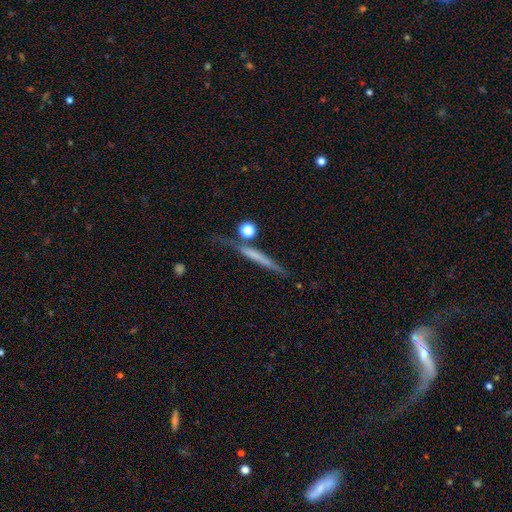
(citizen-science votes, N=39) A smooth galaxy with no disk features (56%) that is cigar-shaped (86%). Merging: none (58%).